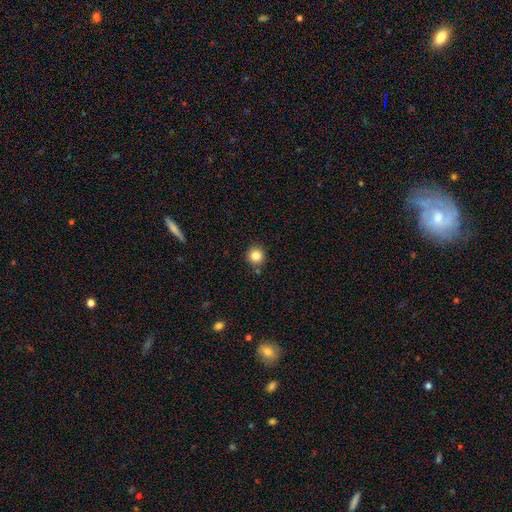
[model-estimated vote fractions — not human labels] Smooth or featured? smooth (85%)
How rounded? round (94%)
Merging? none (85%)